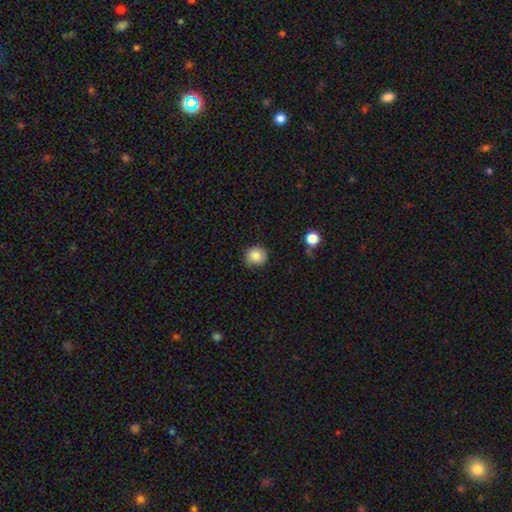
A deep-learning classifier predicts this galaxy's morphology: Overall: smooth (85%). How rounded: round (90%). Merging: none (77%).